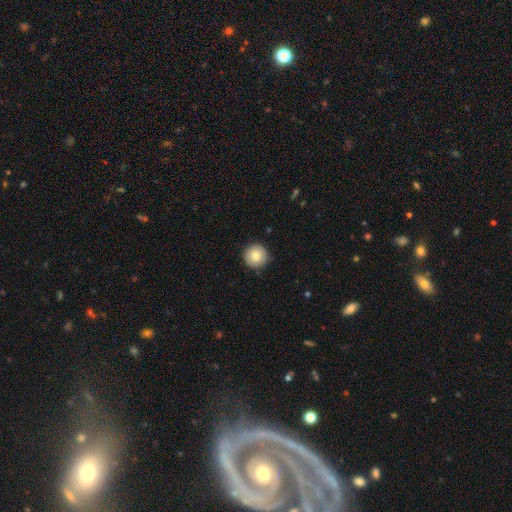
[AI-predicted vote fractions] Smooth or featured?
  - smooth: 84% *
  - featured or disk: 9%
  - star or artifact: 8%
How rounded?
  - round: 95% *
  - in between: 4%
  - cigar-shaped: 1%
Merging?
  - none: 91% *
  - minor disturbance: 7%
  - major disturbance: 2%
  - merger: 1%